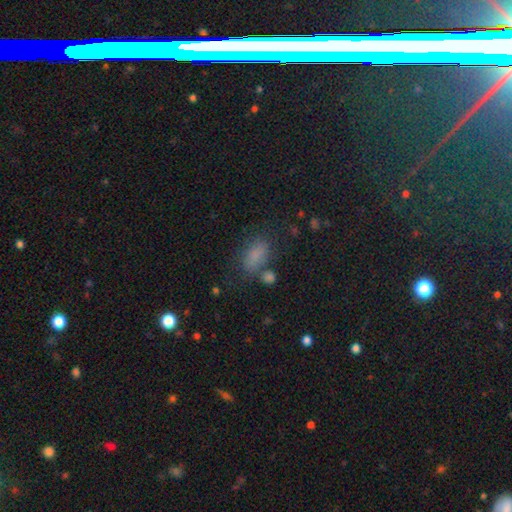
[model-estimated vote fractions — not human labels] smooth_or_featured: smooth (p=0.75) [alt: star or artifact p=0.16]
how_rounded: in between (p=0.87) [alt: round p=0.08]
merging: none (p=0.58) [alt: minor disturbance p=0.20]